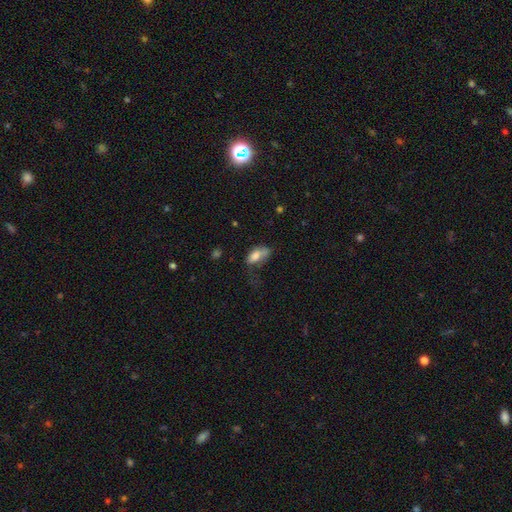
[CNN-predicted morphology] Smooth or featured? Predicted: smooth (p=0.74). How rounded? Predicted: in between (p=0.89). Merging? Predicted: major disturbance (p=0.37).